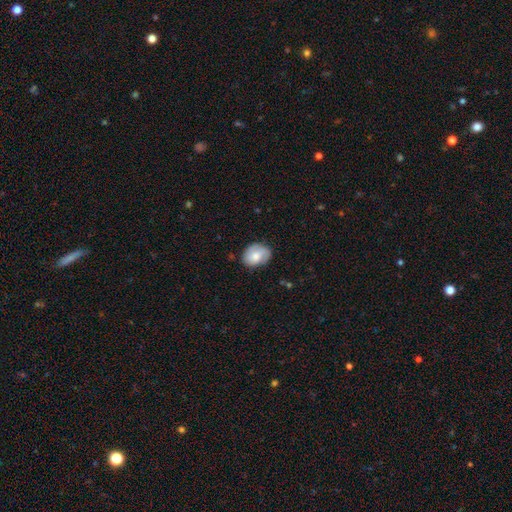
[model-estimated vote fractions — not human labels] Smooth or featured: smooth — 66% (featured or disk — 27%)
How rounded: in between — 63% (round — 36%)
Merging: none — 69% (minor disturbance — 24%)